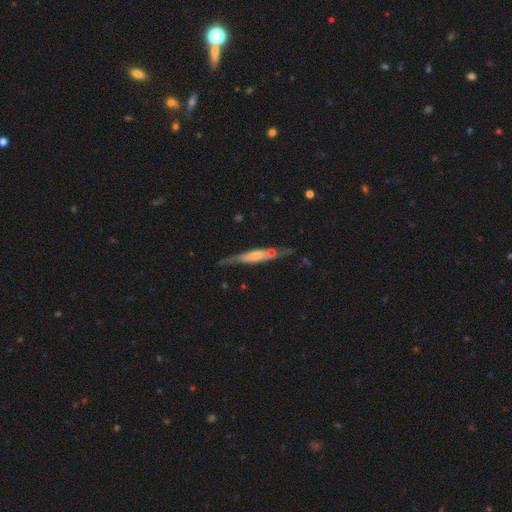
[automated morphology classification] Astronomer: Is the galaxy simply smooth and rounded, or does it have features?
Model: featured or disk — 58% (runner-up: smooth, 37%).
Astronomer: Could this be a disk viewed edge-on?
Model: yes — 88%.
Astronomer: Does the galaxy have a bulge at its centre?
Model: rounded — 49% (runner-up: boxy, 27%).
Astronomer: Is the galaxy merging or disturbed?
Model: none — 66%.